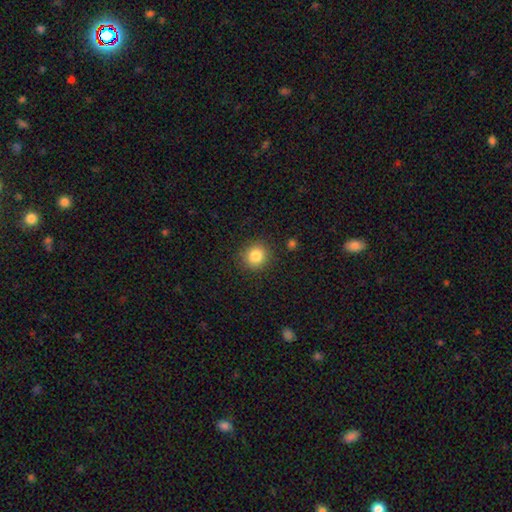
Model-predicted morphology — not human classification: type=smooth (84%); roundness=round (89%); merging=none (90%).